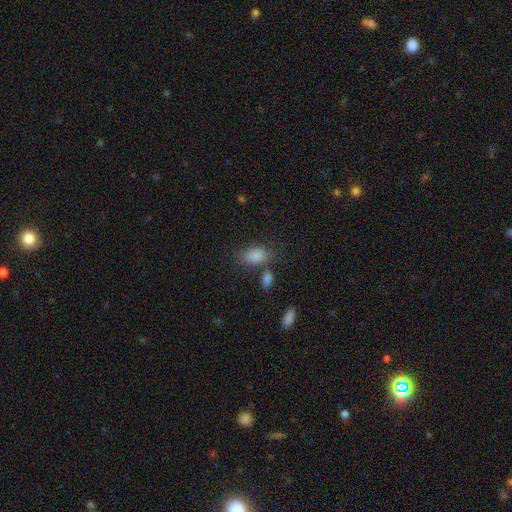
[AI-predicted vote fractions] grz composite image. It shows a smooth galaxy with no disk features (83%) that is in between round and cigar-shaped (86%). Merging: none (61%).